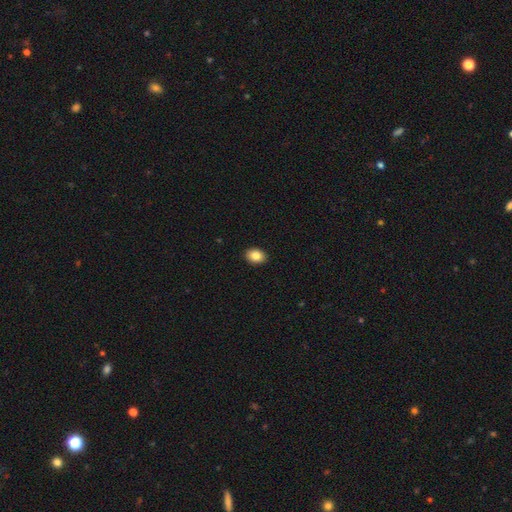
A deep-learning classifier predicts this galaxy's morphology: A smooth galaxy with no disk features (85%) that is in between round and cigar-shaped (73%). Merging: none (92%).